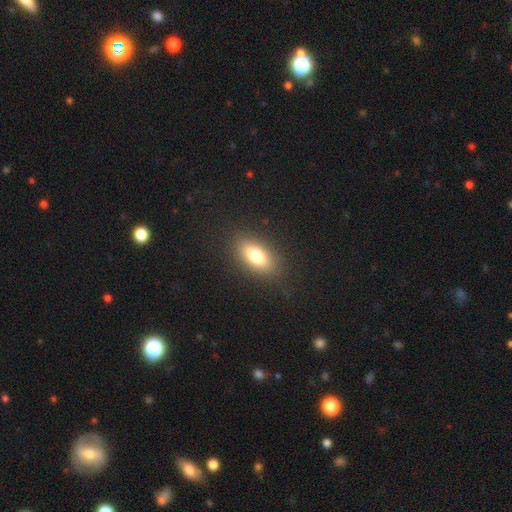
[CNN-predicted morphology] Smooth or featured: smooth — 77% (featured or disk — 14%)
How rounded: in between — 85% (cigar-shaped — 10%)
Merging: none — 86% (minor disturbance — 9%)